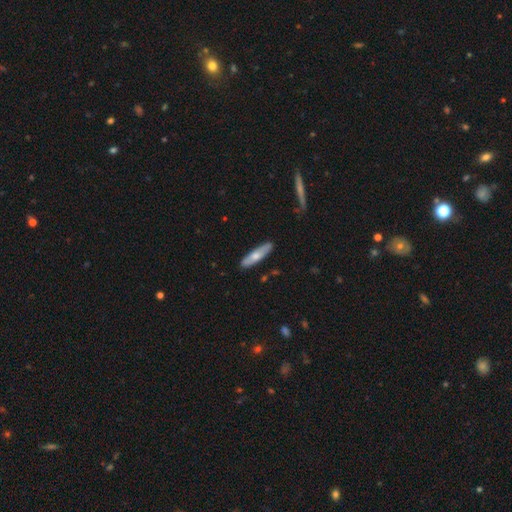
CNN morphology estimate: A smooth galaxy with no disk features (62%) that is cigar-shaped (74%).

Vote fractions:
- Smooth or featured? smooth: 62% / featured or disk: 32% / star or artifact: 5%
- How rounded? cigar-shaped: 74% / in between: 24% / round: 2%
- Merging? none: 87% / minor disturbance: 10% / major disturbance: 2% / merger: 1%